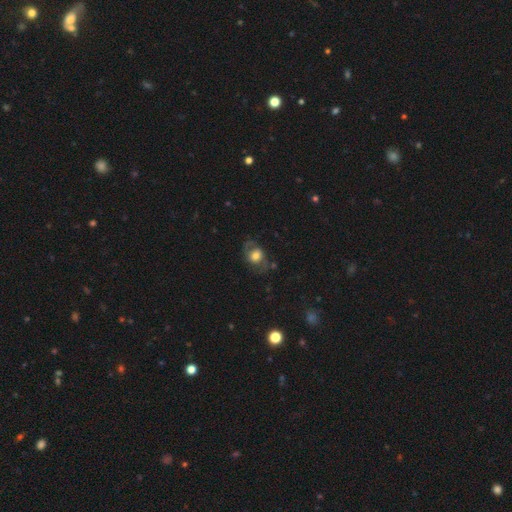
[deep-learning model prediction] smooth 47%, featured or disk 44%, star or artifact 9%. Down the decision tree: merging — none (62%).